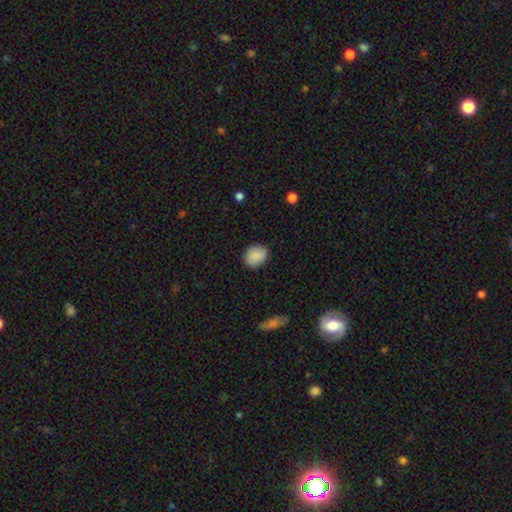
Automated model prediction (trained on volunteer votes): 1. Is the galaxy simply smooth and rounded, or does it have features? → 89% smooth, 8% star or artifact, 4% featured or disk.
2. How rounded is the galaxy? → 61% round, 38% in between, 1% cigar-shaped.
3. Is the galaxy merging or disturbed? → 83% none, 13% minor disturbance, 3% major disturbance, 1% merger.